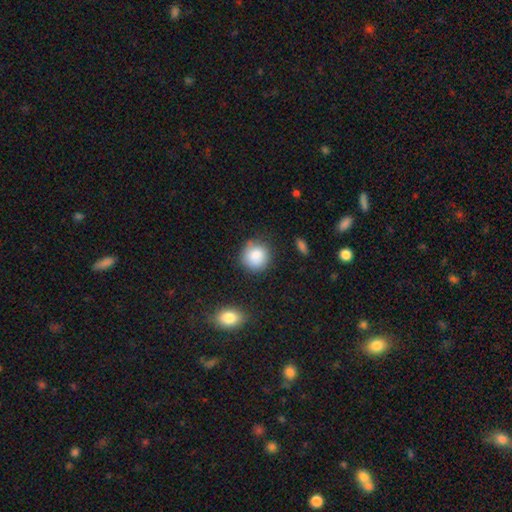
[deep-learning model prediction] smooth_or_featured: smooth (p=0.86) [alt: star or artifact p=0.08]
how_rounded: round (p=0.89) [alt: in between p=0.10]
merging: none (p=0.78) [alt: minor disturbance p=0.15]